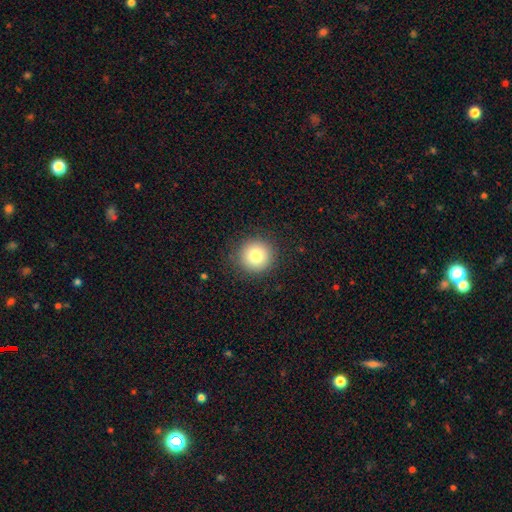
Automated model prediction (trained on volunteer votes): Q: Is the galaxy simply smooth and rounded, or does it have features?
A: smooth — 78%.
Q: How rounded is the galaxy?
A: round — 96%.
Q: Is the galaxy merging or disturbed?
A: none — 89%.